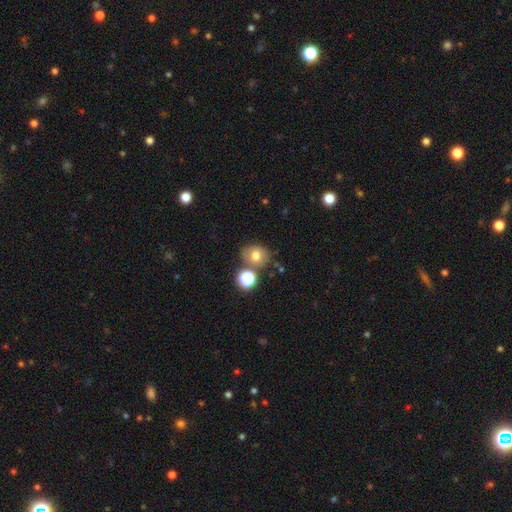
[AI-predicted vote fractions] Morphology: type=smooth (72%); roundness=round (60%); merging=none (66%).